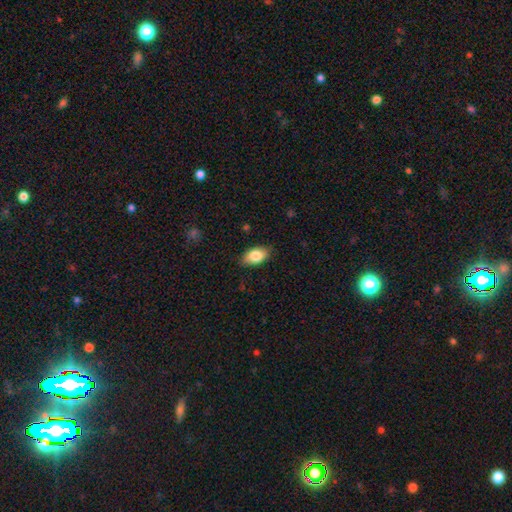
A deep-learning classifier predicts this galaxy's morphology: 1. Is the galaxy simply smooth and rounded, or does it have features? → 82% smooth, 11% featured or disk, 7% star or artifact.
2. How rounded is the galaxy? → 91% in between, 7% round, 2% cigar-shaped.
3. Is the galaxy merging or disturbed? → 82% none, 14% minor disturbance, 3% major disturbance, 1% merger.